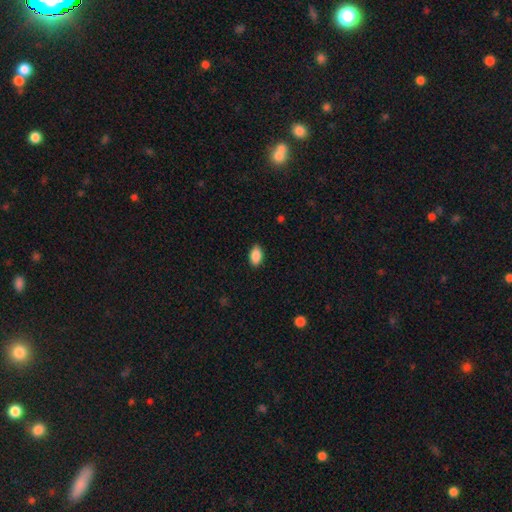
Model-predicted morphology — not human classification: Overall: smooth (90%). How rounded: in between (93%). Merging: none (88%).